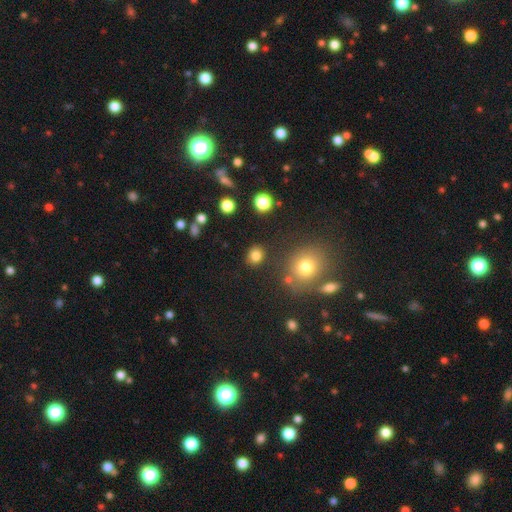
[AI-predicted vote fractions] Q: Smooth or featured?
A: smooth (82%); runner-up: star or artifact (13%)
Q: How rounded?
A: round (72%); runner-up: in between (27%)
Q: Merging?
A: none (85%); runner-up: minor disturbance (8%)